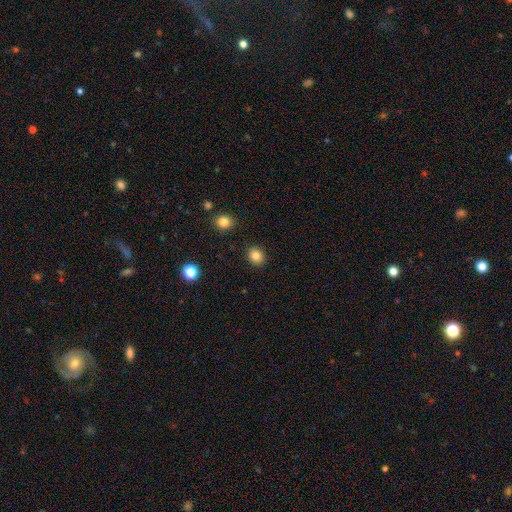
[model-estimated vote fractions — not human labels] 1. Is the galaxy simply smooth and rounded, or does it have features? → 85% smooth, 10% star or artifact, 5% featured or disk.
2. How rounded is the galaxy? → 69% round, 31% in between, 1% cigar-shaped.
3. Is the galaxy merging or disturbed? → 89% none, 7% minor disturbance, 2% major disturbance, 2% merger.